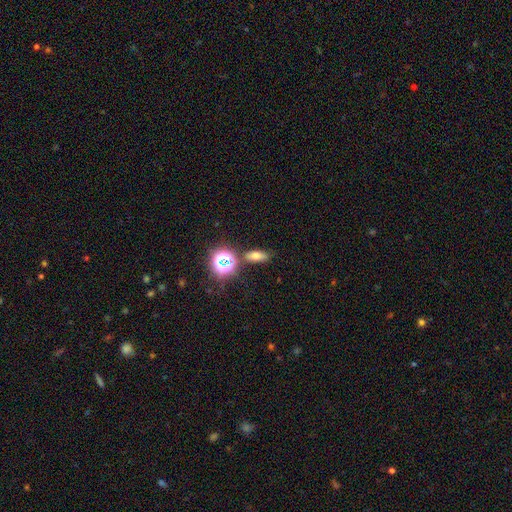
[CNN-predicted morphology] smooth-or-featured: smooth: 60% | star or artifact: 25% | featured or disk: 15%
  how-rounded: in between: 67% | cigar-shaped: 18% | round: 15%
  merging: none: 79% | minor disturbance: 10% | merger: 7% | major disturbance: 3%